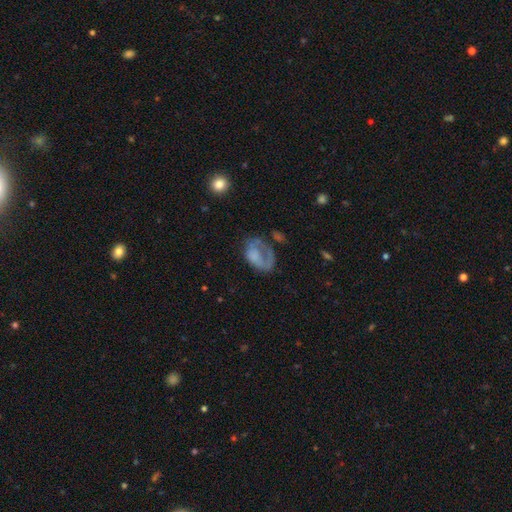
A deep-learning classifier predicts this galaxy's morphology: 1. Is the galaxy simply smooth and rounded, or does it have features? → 47% featured or disk, 44% smooth, 9% star or artifact.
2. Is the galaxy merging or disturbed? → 41% major disturbance, 34% none, 21% minor disturbance, 4% merger.